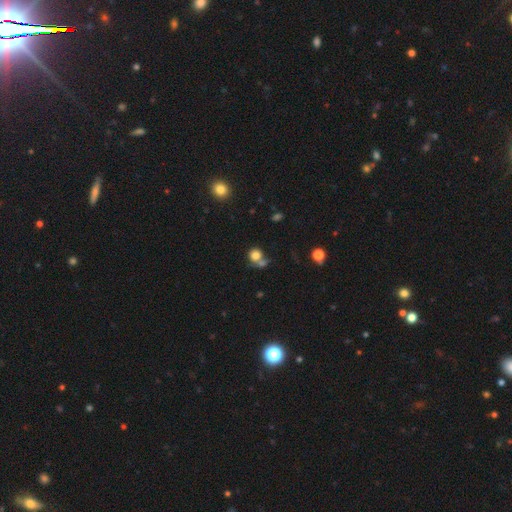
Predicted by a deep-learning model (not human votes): Overall: smooth (78%). How rounded: round (84%). Merging: none (48%; merger 35%).